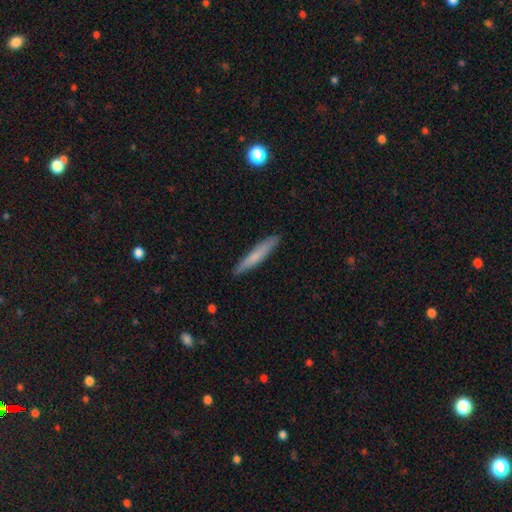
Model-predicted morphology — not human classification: smooth_or_featured: smooth (p=0.67) [alt: featured or disk p=0.27]
how_rounded: cigar-shaped (p=0.95) [alt: in between p=0.04]
merging: none (p=0.90) [alt: minor disturbance p=0.08]